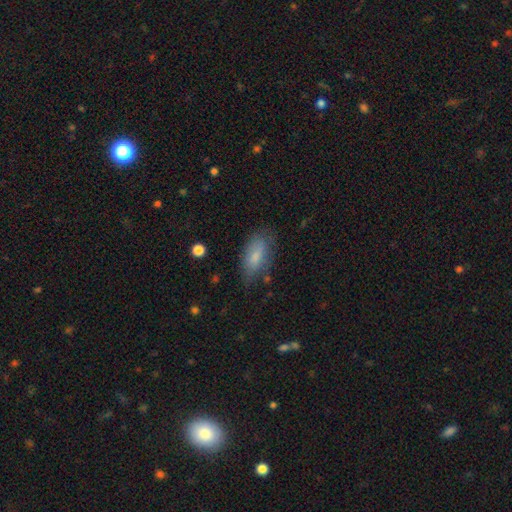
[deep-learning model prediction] Q: Smooth or featured?
A: smooth (78%); runner-up: featured or disk (15%)
Q: How rounded?
A: in between (83%); runner-up: cigar-shaped (14%)
Q: Merging?
A: none (68%); runner-up: minor disturbance (24%)